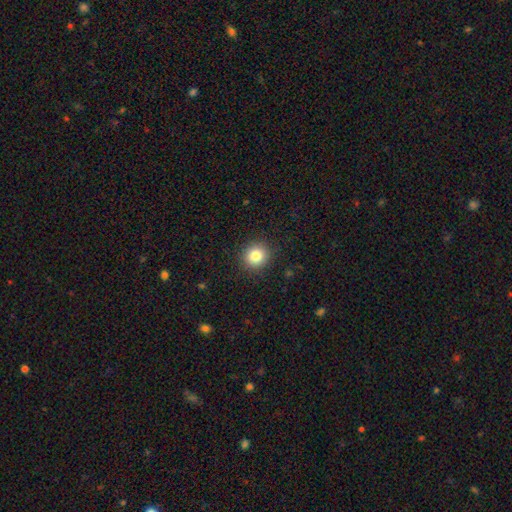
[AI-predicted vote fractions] The model was most divided on "smooth or featured": smooth: 83%, star or artifact: 10%, featured or disk: 7%. More confident: merging — none (91%); how rounded — round (88%).